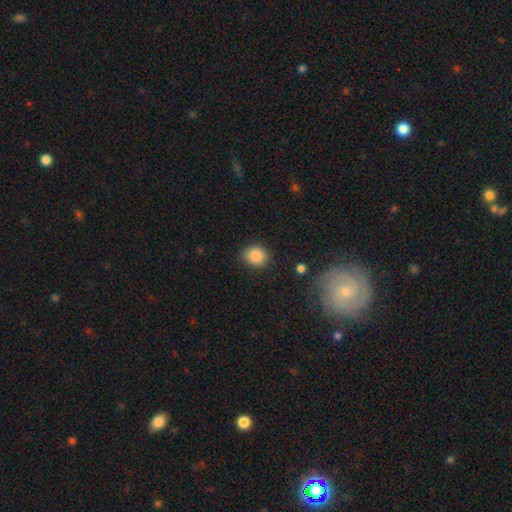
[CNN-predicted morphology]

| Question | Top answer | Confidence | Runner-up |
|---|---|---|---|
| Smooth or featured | smooth | 87% | star or artifact (9%) |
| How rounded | round | 55% | in between (44%) |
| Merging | none | 83% | minor disturbance (13%) |